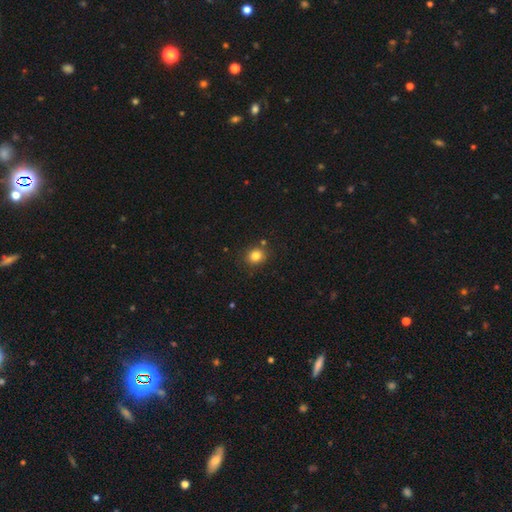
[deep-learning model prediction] smooth 82%, star or artifact 12%, featured or disk 6%. Down the decision tree: how rounded — round (73%); merging — none (83%).